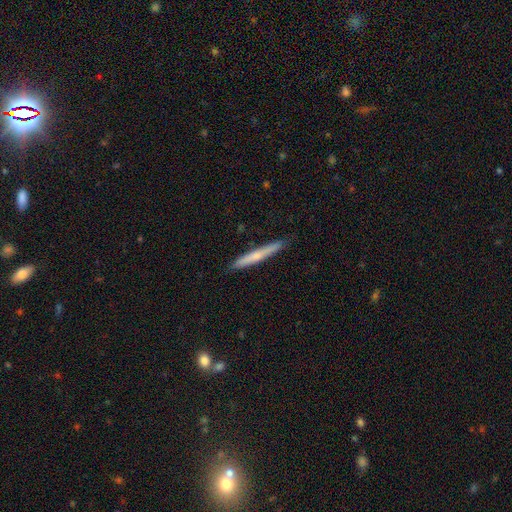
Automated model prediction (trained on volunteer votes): smooth-or-featured: smooth: 58% | featured or disk: 36% | star or artifact: 6%
  how-rounded: cigar-shaped: 96% | in between: 3% | round: 1%
  merging: none: 88% | minor disturbance: 9% | major disturbance: 1% | merger: 1%